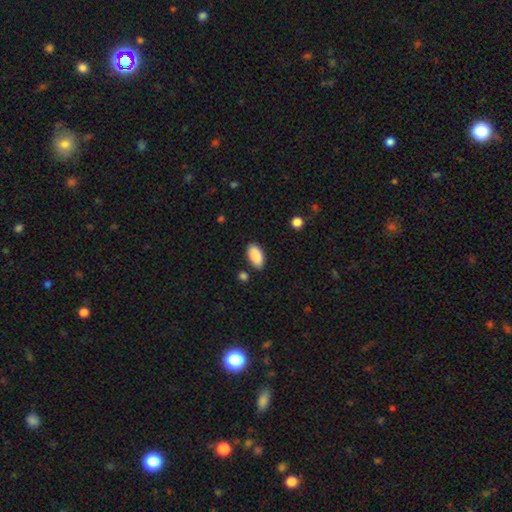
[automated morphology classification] smooth_or_featured: smooth (p=0.88) [alt: star or artifact p=0.06]
how_rounded: in between (p=0.94) [alt: cigar-shaped p=0.03]
merging: none (p=0.84) [alt: minor disturbance p=0.11]